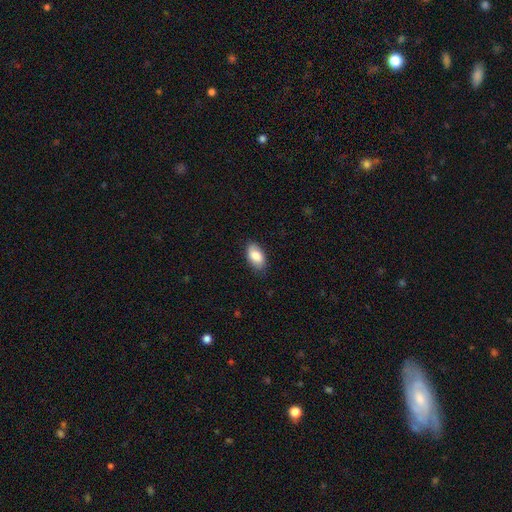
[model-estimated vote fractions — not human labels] smooth_or_featured: smooth (p=0.83) [alt: featured or disk p=0.11]
how_rounded: in between (p=0.93) [alt: round p=0.05]
merging: none (p=0.82) [alt: minor disturbance p=0.14]